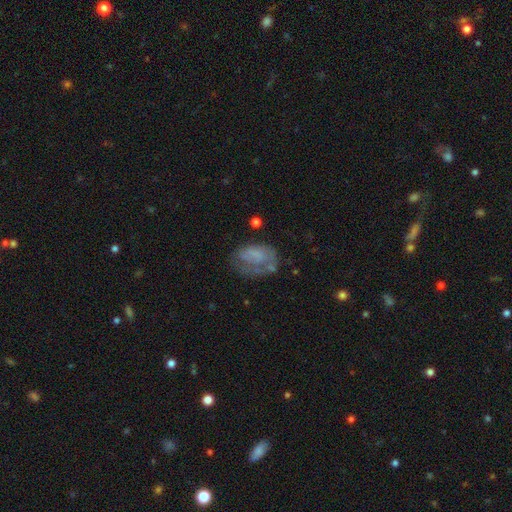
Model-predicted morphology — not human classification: This appears to be a smooth galaxy with no disk features (47%). Merging: none (40%).